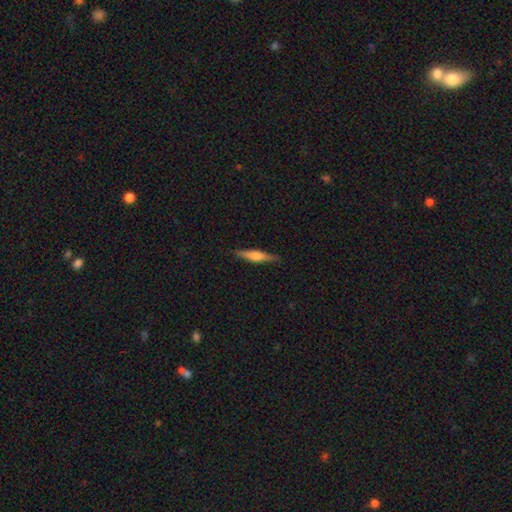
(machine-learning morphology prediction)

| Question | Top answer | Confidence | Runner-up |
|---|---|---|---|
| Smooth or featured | featured or disk | 55% | smooth (39%) |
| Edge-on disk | yes | 96% | no (4%) |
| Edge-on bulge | rounded | 75% | boxy (18%) |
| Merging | none | 88% | minor disturbance (9%) |